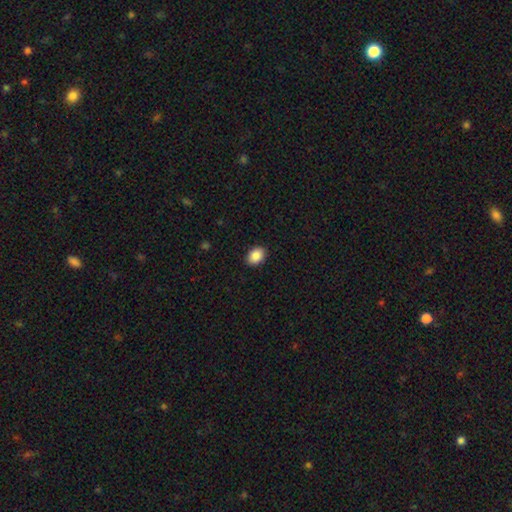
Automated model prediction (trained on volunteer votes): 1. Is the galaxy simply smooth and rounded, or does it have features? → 88% smooth, 8% star or artifact, 4% featured or disk.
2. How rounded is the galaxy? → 74% in between, 25% round, 1% cigar-shaped.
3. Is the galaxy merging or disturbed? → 90% none, 7% minor disturbance, 2% major disturbance, 1% merger.